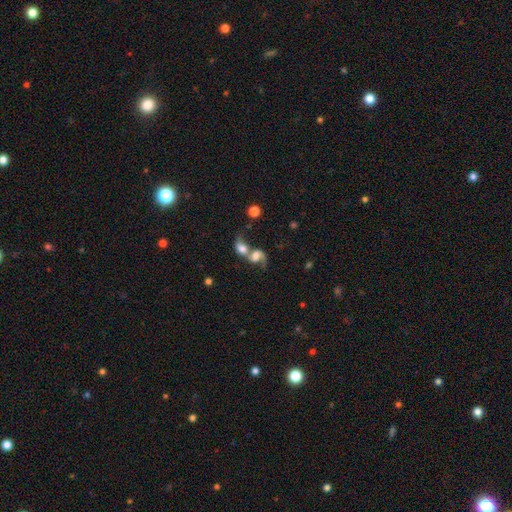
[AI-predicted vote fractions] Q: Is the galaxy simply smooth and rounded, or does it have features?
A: featured or disk — 51%.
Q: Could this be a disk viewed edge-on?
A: no — 97%.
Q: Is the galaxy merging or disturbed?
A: merger — 80%.